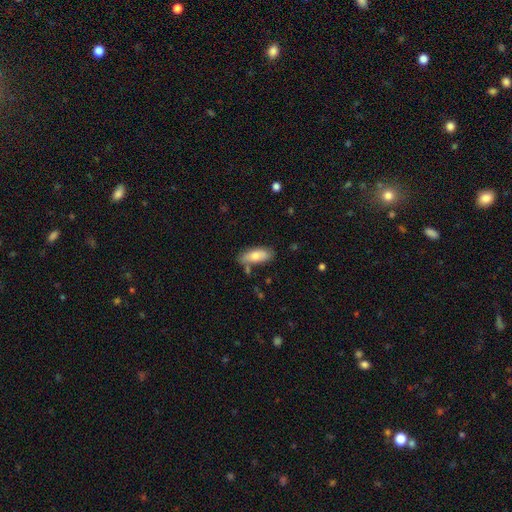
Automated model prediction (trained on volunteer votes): Smooth or featured: smooth — 72% (featured or disk — 22%)
How rounded: in between — 78% (cigar-shaped — 20%)
Merging: none — 67% (minor disturbance — 21%)